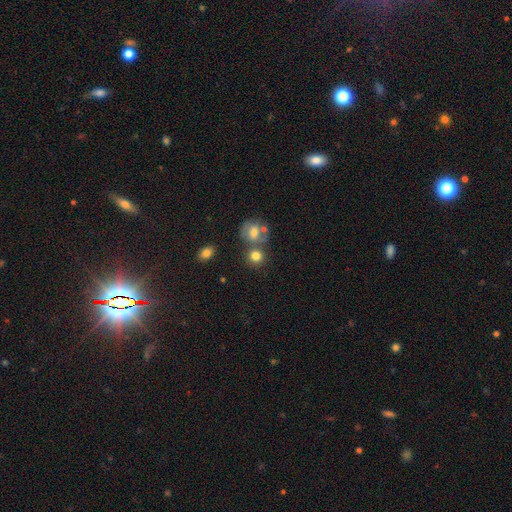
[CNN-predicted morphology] The model was most divided on "merging": none: 57%, merger: 28%, minor disturbance: 11%, major disturbance: 4%. More confident: how rounded — round (81%); smooth or featured — smooth (78%).